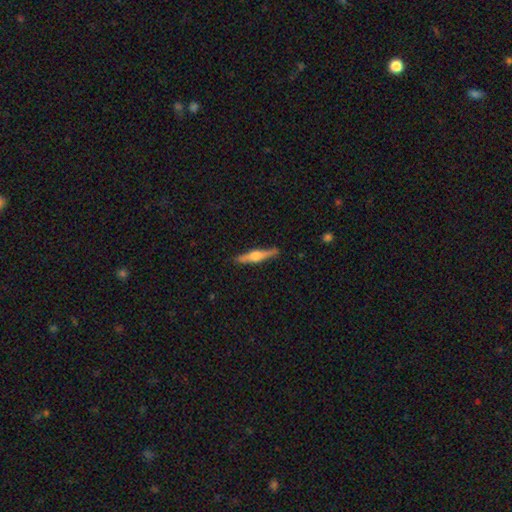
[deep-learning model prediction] The model was most divided on "smooth or featured": featured or disk: 67%, smooth: 27%, star or artifact: 5%. More confident: edge-on disk — yes (97%); edge-on bulge — rounded (92%); merging — none (89%).